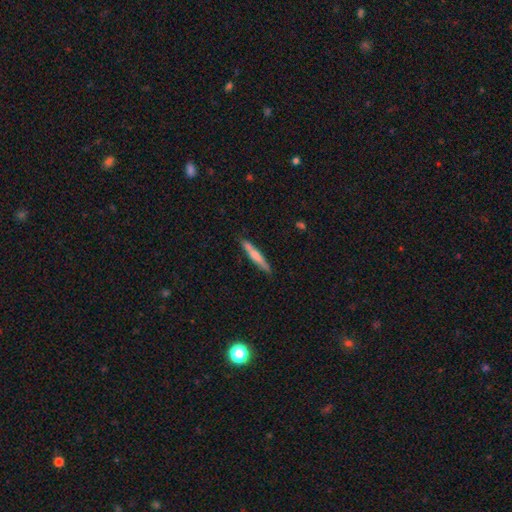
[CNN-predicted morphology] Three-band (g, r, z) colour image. It shows a smooth galaxy with no disk features (62%) that is cigar-shaped (94%). Merging: none (84%).